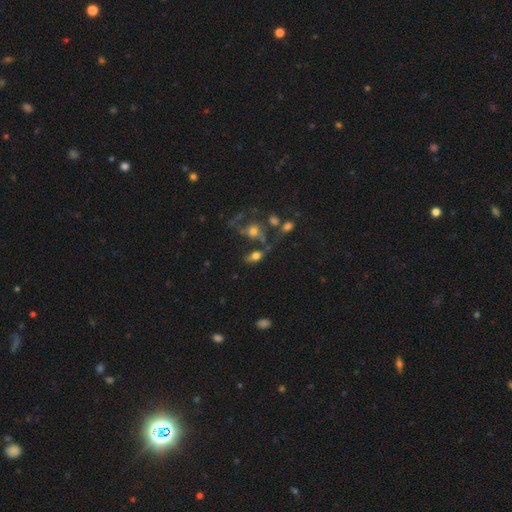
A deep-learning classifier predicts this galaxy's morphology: The model was most divided on "merging": none: 43%, merger: 26%, minor disturbance: 17%, major disturbance: 15%. More confident: how rounded — in between (80%); smooth or featured — smooth (63%).